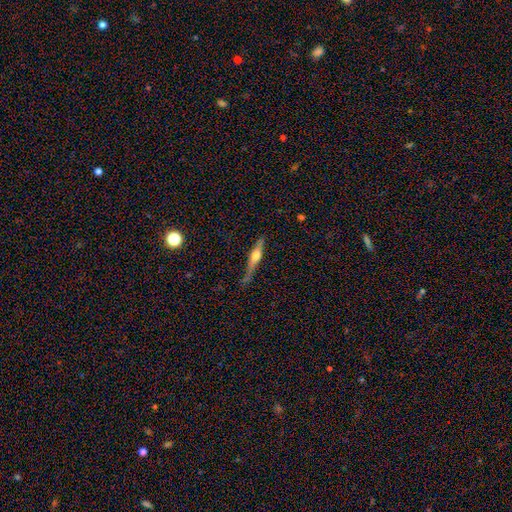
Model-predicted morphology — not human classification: type=featured or disk (61%); edge-on=yes (95%); edge-on bulge=rounded (92%); merging=none (67%).